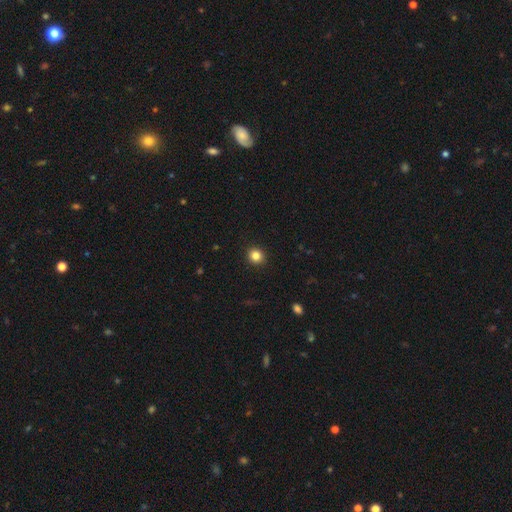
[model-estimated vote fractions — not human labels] Smooth or featured?
  - smooth: 84% *
  - star or artifact: 11%
  - featured or disk: 5%
How rounded?
  - round: 89% *
  - in between: 10%
  - cigar-shaped: 1%
Merging?
  - none: 93% *
  - minor disturbance: 5%
  - major disturbance: 2%
  - merger: 1%